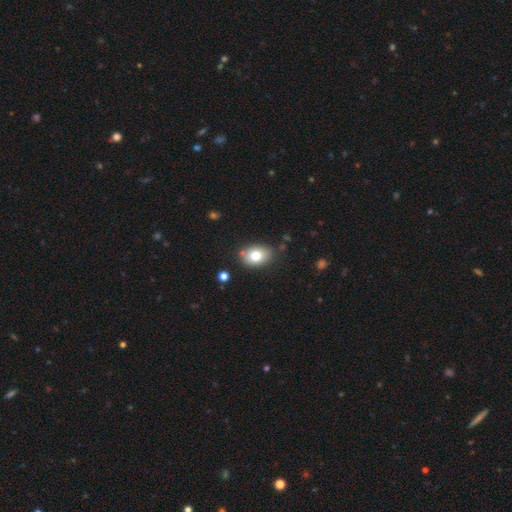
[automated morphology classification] Smooth or featured?
  - smooth: 77% *
  - featured or disk: 13%
  - star or artifact: 10%
How rounded?
  - in between: 72% *
  - round: 27%
  - cigar-shaped: 1%
Merging?
  - none: 81% *
  - minor disturbance: 13%
  - merger: 4%
  - major disturbance: 3%